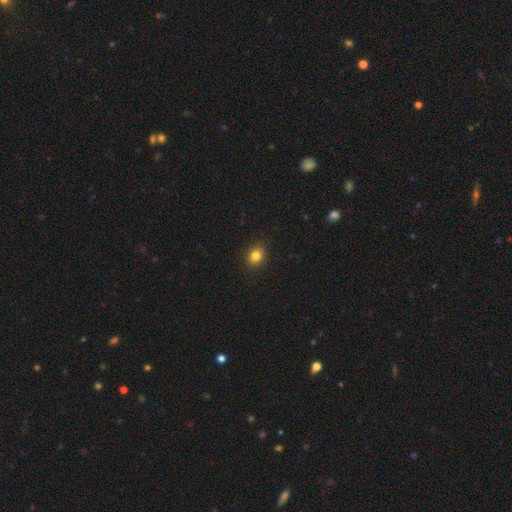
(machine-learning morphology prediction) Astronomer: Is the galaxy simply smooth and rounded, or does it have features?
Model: smooth — 83%.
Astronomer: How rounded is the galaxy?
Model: round — 60% (runner-up: in between, 39%).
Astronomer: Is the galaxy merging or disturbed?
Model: none — 89%.